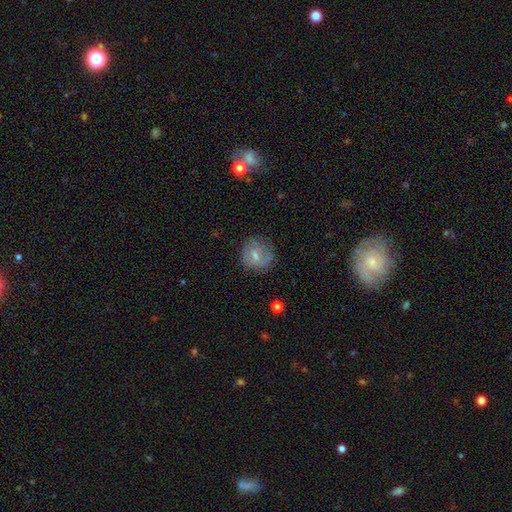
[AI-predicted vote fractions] smooth-or-featured: smooth: 62% | featured or disk: 29% | star or artifact: 8%
  how-rounded: round: 81% | in between: 18% | cigar-shaped: 1%
  merging: none: 66% | minor disturbance: 21% | major disturbance: 9% | merger: 3%